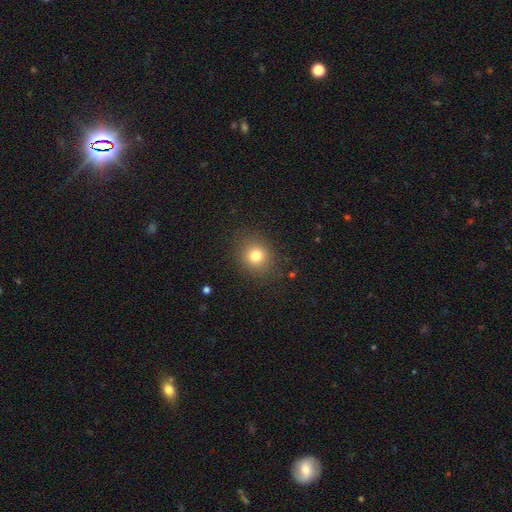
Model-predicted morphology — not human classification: smooth 79%, star or artifact 13%, featured or disk 8%. Down the decision tree: how rounded — round (79%); merging — none (87%).